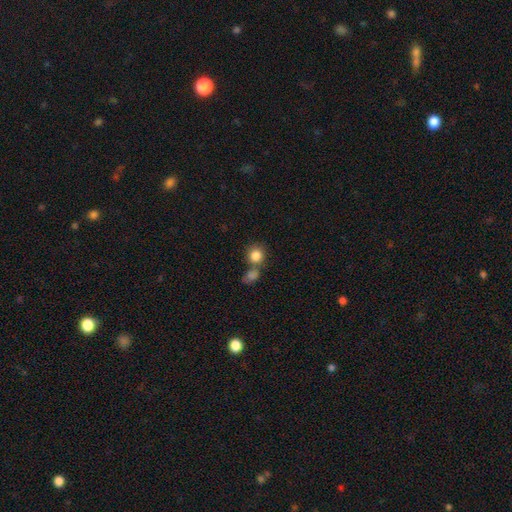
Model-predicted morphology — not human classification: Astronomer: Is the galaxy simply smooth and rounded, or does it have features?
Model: smooth — 84%.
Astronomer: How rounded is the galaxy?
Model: round — 84%.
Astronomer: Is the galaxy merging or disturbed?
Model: none — 50% (runner-up: merger, 36%).